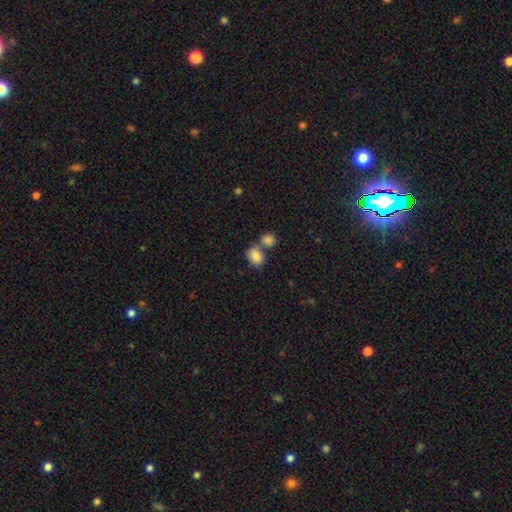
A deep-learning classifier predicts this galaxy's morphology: Q: Smooth or featured?
A: smooth (86%); runner-up: star or artifact (8%)
Q: How rounded?
A: in between (73%); runner-up: round (26%)
Q: Merging?
A: merger (45%); runner-up: none (41%)